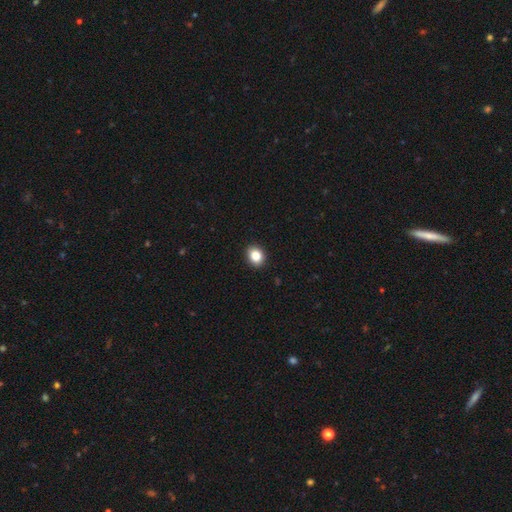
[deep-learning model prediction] A smooth galaxy with no disk features (85%) that is round (50%). Merging: none (91%).